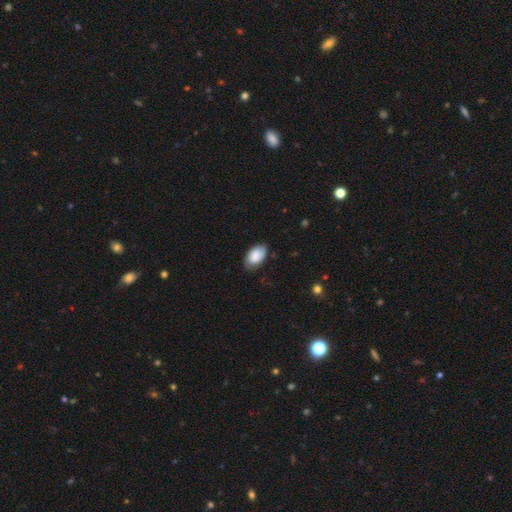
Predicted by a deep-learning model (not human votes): Q: Smooth or featured?
A: smooth (83%); runner-up: featured or disk (10%)
Q: How rounded?
A: in between (94%); runner-up: round (5%)
Q: Merging?
A: none (73%); runner-up: minor disturbance (22%)